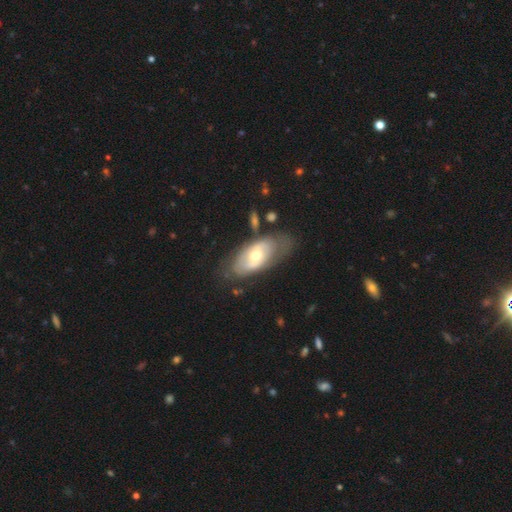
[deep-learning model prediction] Morphology: type=featured or disk (58%); edge-on=no (88%); bar=no (66%); spiral arms=no (59%); bulge=moderate (68%); merging=none (62%).